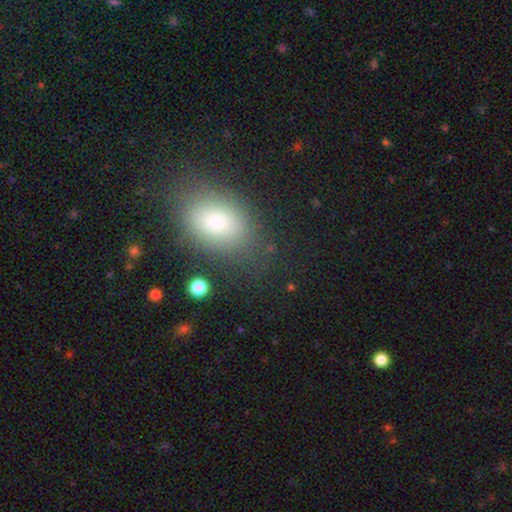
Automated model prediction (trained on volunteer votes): Smooth or featured? smooth (76%)
How rounded? in between (81%)
Merging? none (80%)